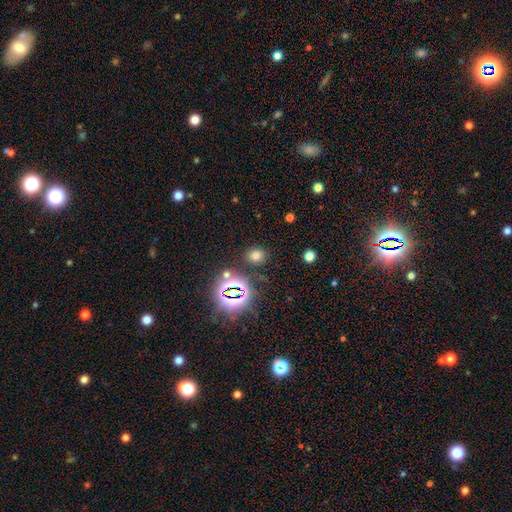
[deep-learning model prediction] Overall: smooth (66%; star or artifact 27%). How rounded: round (65%; in between 34%). Merging: none (84%).